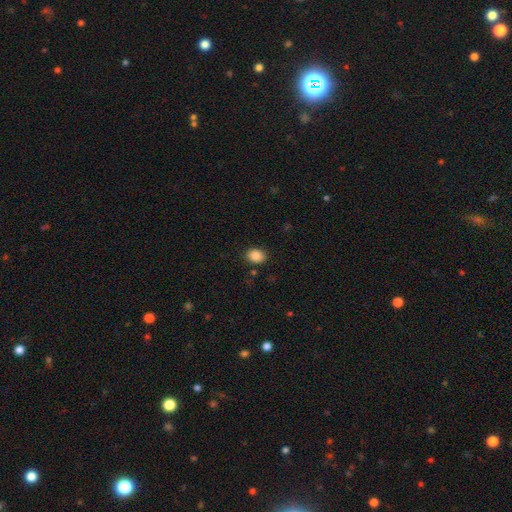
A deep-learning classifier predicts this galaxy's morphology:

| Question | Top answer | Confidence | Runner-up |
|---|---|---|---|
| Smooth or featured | smooth | 87% | star or artifact (9%) |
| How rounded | in between | 56% | round (43%) |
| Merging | none | 87% | minor disturbance (8%) |